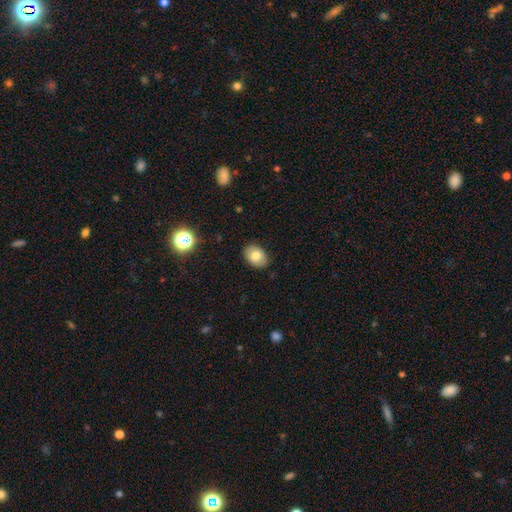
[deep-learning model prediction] This appears to be a smooth galaxy with no disk features (75%) that is in between round and cigar-shaped (78%). Merging: none (86%).